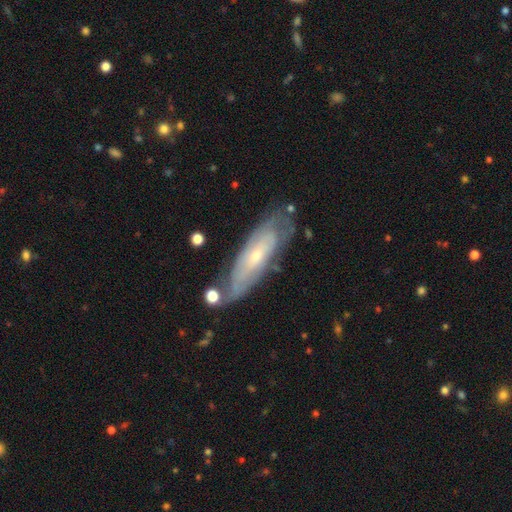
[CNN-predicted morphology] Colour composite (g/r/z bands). It shows a featured or disk galaxy (68%) with no bar (74%), spiral arms (72%) and a small central bulge (71%). Merging: none (71%).